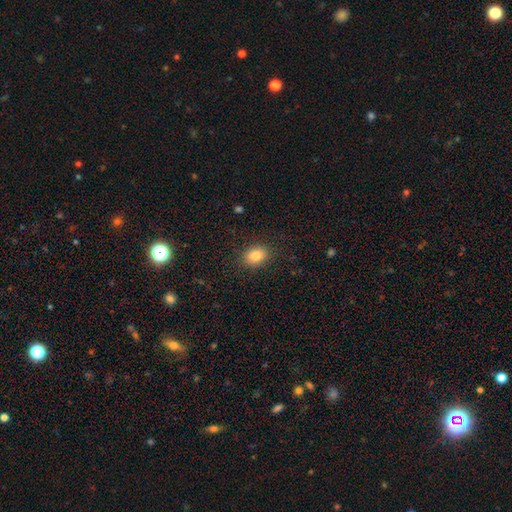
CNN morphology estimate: Smooth or featured?
  - smooth: 83% *
  - star or artifact: 10%
  - featured or disk: 7%
How rounded?
  - in between: 57% *
  - round: 43%
  - cigar-shaped: 1%
Merging?
  - none: 87% *
  - minor disturbance: 9%
  - major disturbance: 3%
  - merger: 1%